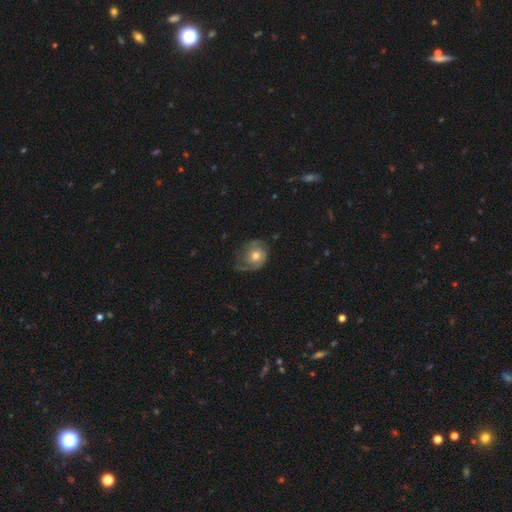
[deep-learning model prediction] This is likely a featured or disk galaxy (61%). It is clearly not viewed edge-on (97%). Bar: likely no (80%). Spiral arm pattern: clearly yes (84%). Central bulge: likely moderate (72%). Merging: possibly none (55%).